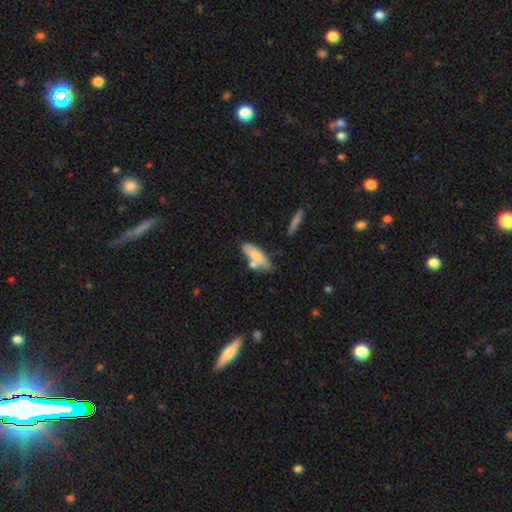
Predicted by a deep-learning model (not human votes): smooth_or_featured: smooth (p=0.70) [alt: featured or disk p=0.24]
how_rounded: in between (p=0.61) [alt: cigar-shaped p=0.37]
merging: none (p=0.55) [alt: merger p=0.20]